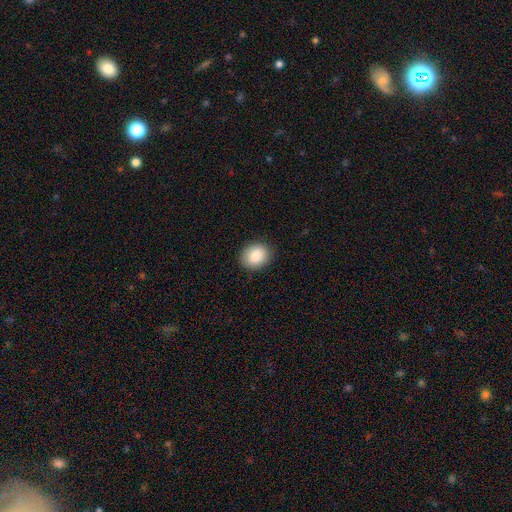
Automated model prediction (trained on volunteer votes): smooth-or-featured: smooth: 86% | star or artifact: 8% | featured or disk: 6%
  how-rounded: round: 54% | in between: 45% | cigar-shaped: 1%
  merging: none: 88% | minor disturbance: 9% | major disturbance: 2% | merger: 1%